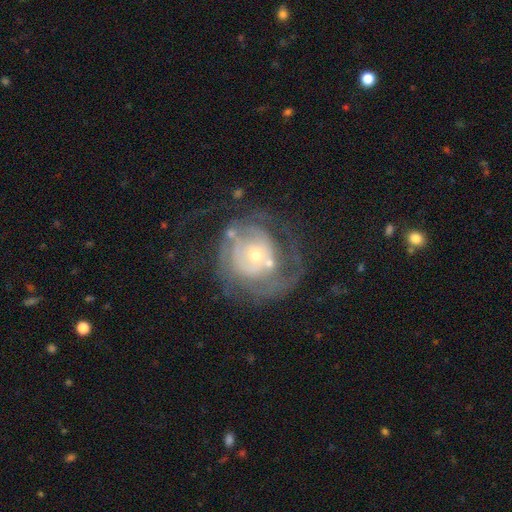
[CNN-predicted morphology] featured or disk 75%, smooth 18%, star or artifact 7%. Down the decision tree: edge-on disk — no (97%); bar — no (79%); spiral arms — yes (72%); spiral arm count — can't tell (42%); spiral winding — tight (56%); bulge size — small (56%); merging — none (44%).